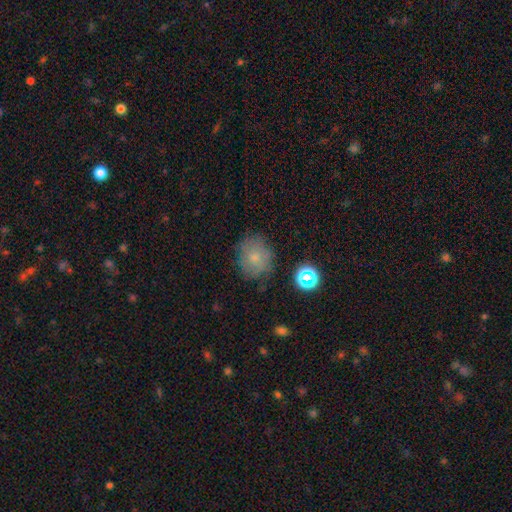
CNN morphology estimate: smooth_or_featured: smooth (p=0.73) [alt: featured or disk p=0.14]
how_rounded: round (p=0.70) [alt: in between p=0.29]
merging: none (p=0.74) [alt: minor disturbance p=0.18]